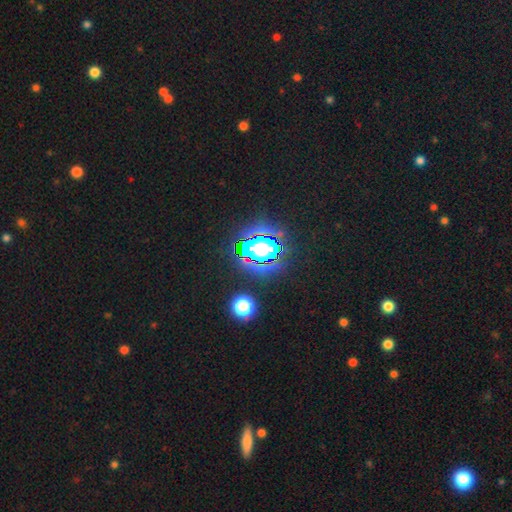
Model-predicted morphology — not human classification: star or artifact 73%, smooth 18%, featured or disk 9%.